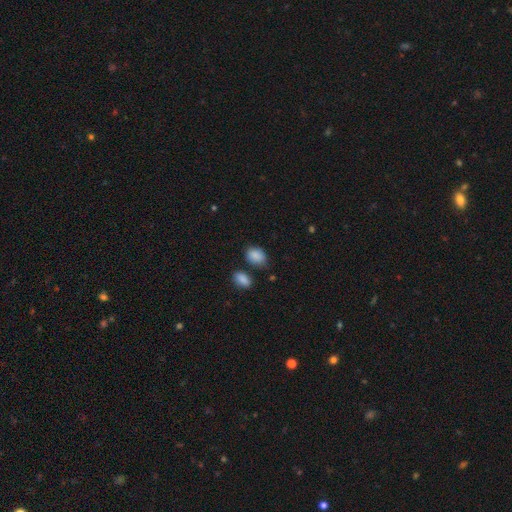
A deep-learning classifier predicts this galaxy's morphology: Smooth or featured?
  - smooth: 88% *
  - star or artifact: 8%
  - featured or disk: 4%
How rounded?
  - in between: 77% *
  - round: 21%
  - cigar-shaped: 1%
Merging?
  - none: 70% *
  - minor disturbance: 17%
  - merger: 9%
  - major disturbance: 4%